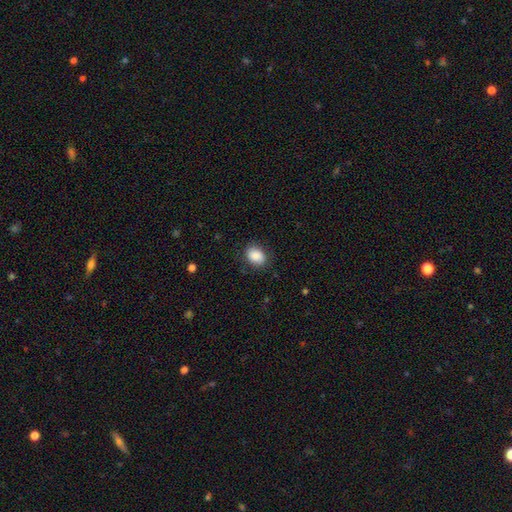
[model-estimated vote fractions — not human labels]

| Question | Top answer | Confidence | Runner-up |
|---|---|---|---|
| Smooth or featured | smooth | 87% | star or artifact (8%) |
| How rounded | in between | 70% | round (29%) |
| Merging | none | 81% | minor disturbance (14%) |